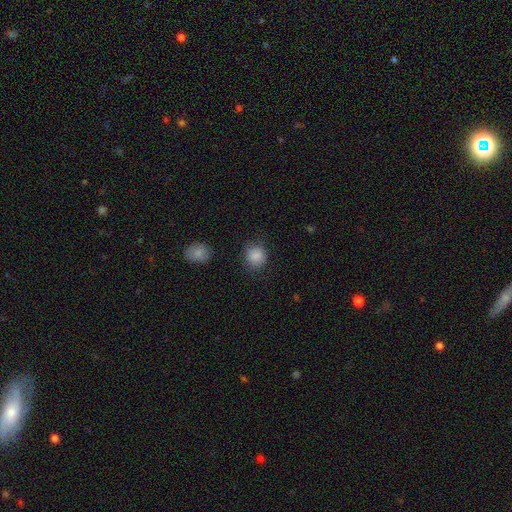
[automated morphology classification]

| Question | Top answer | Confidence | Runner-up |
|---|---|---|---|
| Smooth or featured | smooth | 87% | star or artifact (9%) |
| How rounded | round | 83% | in between (16%) |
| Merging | none | 81% | minor disturbance (13%) |